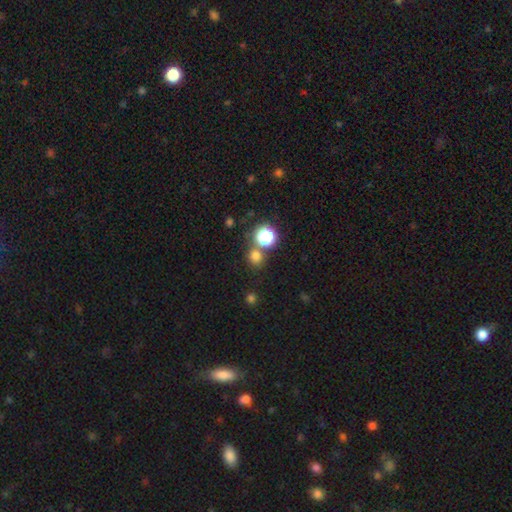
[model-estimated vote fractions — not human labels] Overall: smooth (71%). How rounded: round (85%). Merging: none (74%).